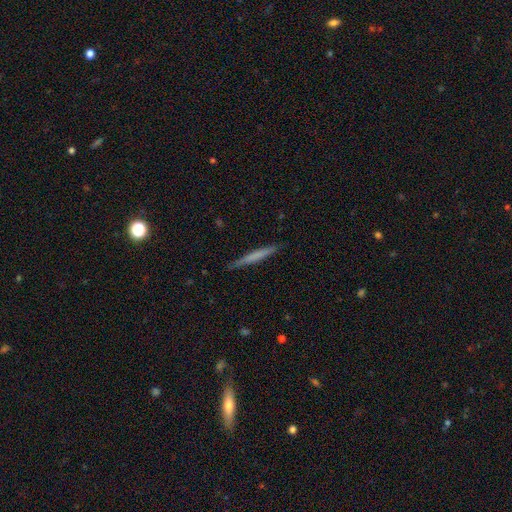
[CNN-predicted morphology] type=smooth (59%); roundness=cigar-shaped (96%); merging=none (89%).